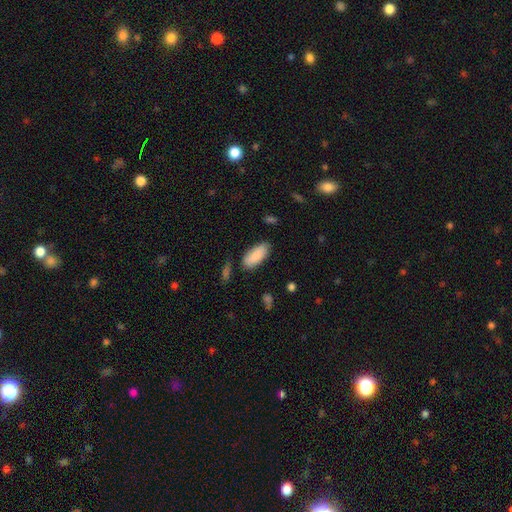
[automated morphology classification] Smooth or featured? smooth (86%)
How rounded? in between (87%)
Merging? none (77%)